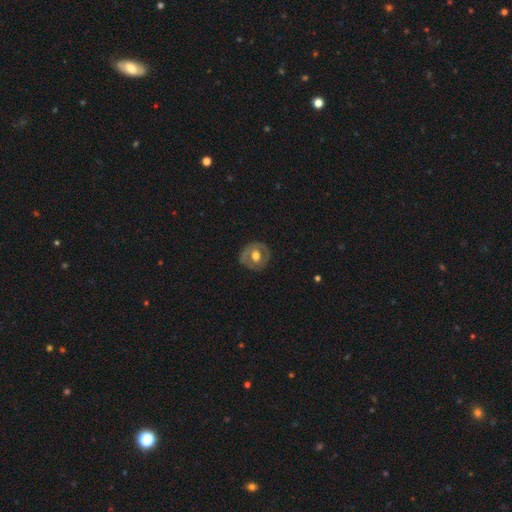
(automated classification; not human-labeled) Overall: featured or disk (55%; smooth 39%). Edge-on disk: no (95%). Bar: no (65%; weak 26%). Spiral arms: no (70%). Bulge size: moderate (63%; large 29%). Merging: none (79%).